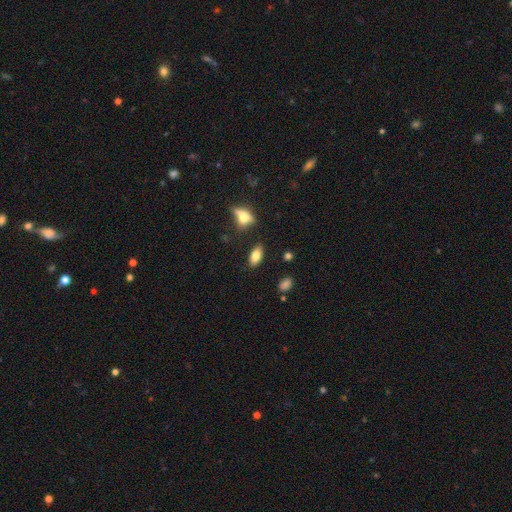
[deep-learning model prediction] Q: Smooth or featured?
A: smooth (79%); runner-up: featured or disk (12%)
Q: How rounded?
A: in between (88%); runner-up: cigar-shaped (8%)
Q: Merging?
A: none (83%); runner-up: minor disturbance (11%)